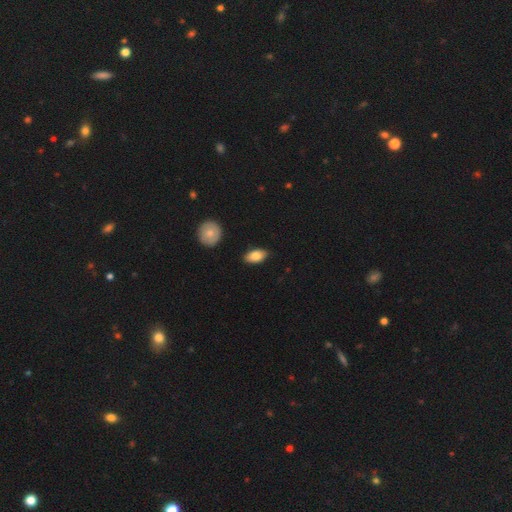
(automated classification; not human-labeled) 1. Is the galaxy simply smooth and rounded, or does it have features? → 82% smooth, 11% featured or disk, 6% star or artifact.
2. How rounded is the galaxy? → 93% in between, 4% round, 3% cigar-shaped.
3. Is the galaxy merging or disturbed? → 87% none, 10% minor disturbance, 2% major disturbance, 2% merger.